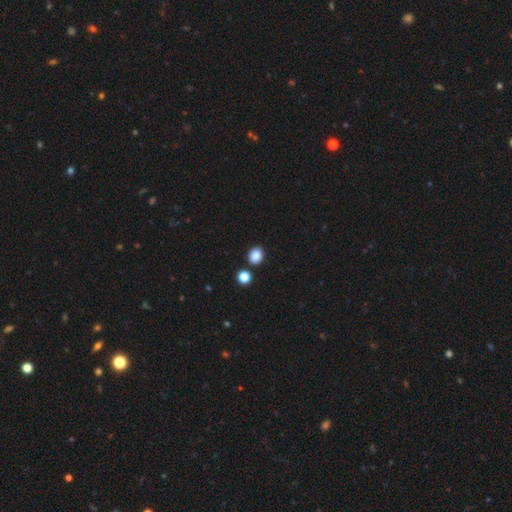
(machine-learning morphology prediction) Smooth or featured? Predicted: smooth (p=0.86). How rounded? Predicted: round (p=0.56). Merging? Predicted: none (p=0.84).